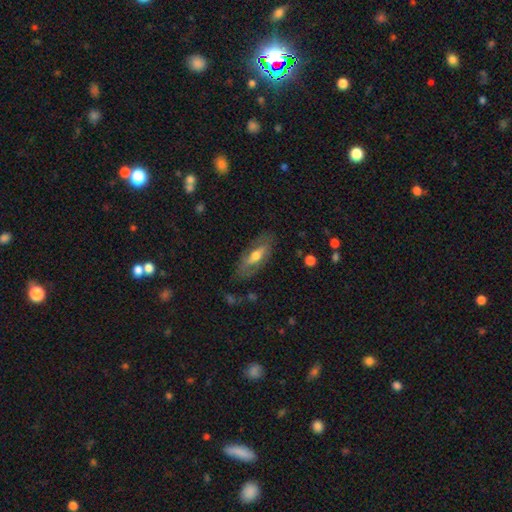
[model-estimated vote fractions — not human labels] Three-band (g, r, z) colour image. It shows a featured or disk galaxy (50%). Merging: none (76%).